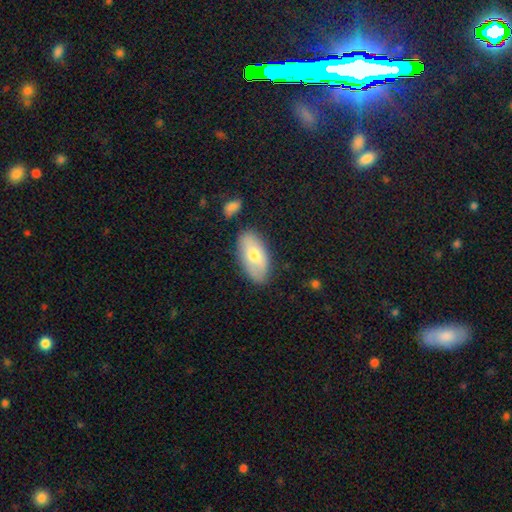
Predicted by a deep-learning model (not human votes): smooth_or_featured: smooth (p=0.64) [alt: featured or disk p=0.30]
how_rounded: in between (p=0.94) [alt: round p=0.03]
merging: none (p=0.78) [alt: minor disturbance p=0.15]